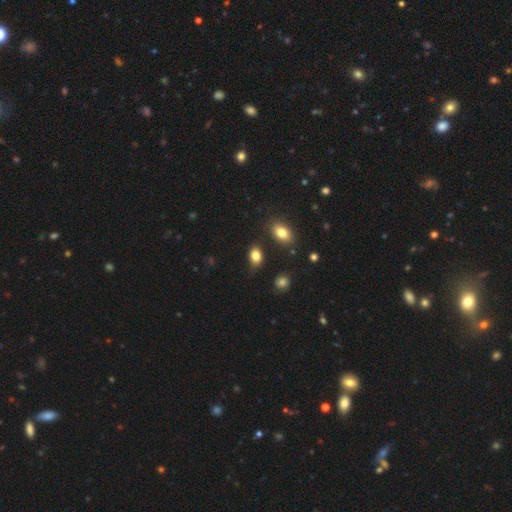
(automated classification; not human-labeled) Morphology: type=smooth (85%); roundness=in between (78%); merging=none (77%).